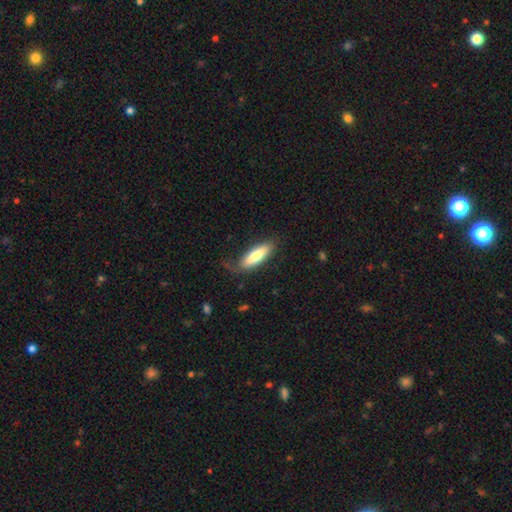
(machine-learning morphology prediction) Smooth or featured? Predicted: smooth (p=0.71). How rounded? Predicted: cigar-shaped (p=0.49, tied with in between). Merging? Predicted: none (p=0.70).